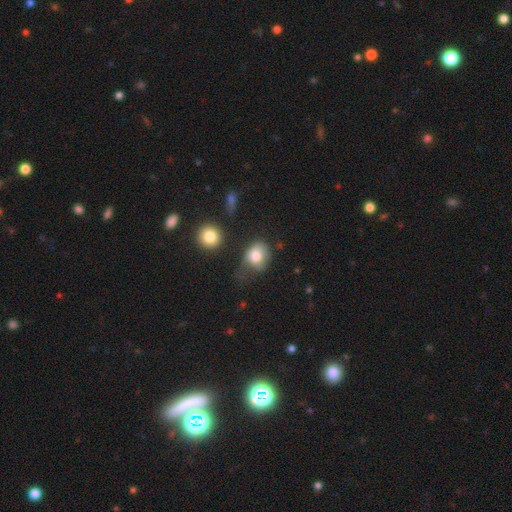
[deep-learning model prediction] Morphology: type=smooth (78%); roundness=round (55%); merging=none (39%).